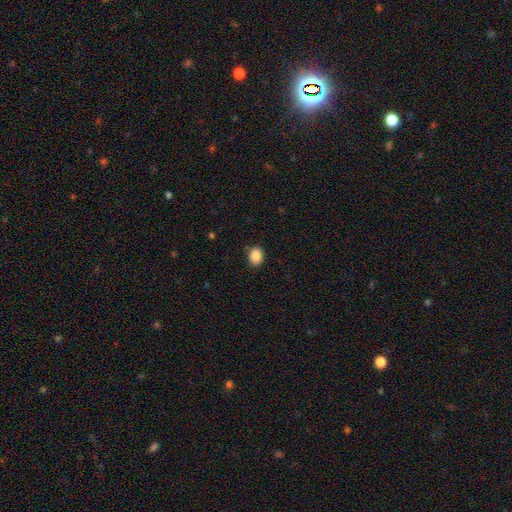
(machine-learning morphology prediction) This is clearly a smooth galaxy (88%). How rounded: possibly in between (54%). Merging: clearly none (88%).